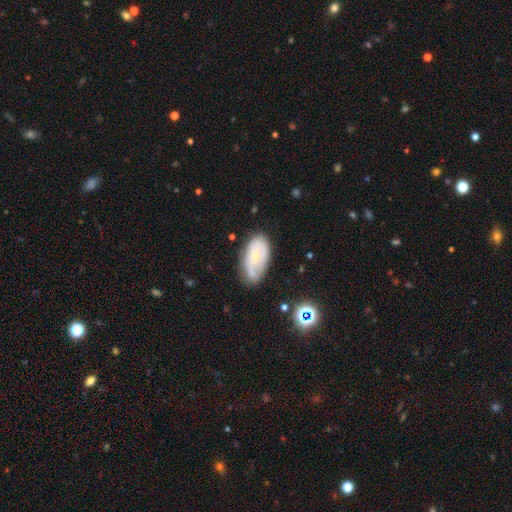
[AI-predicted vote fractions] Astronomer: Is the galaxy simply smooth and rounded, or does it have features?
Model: featured or disk — 48% (runner-up: smooth, 43%).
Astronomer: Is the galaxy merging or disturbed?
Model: none — 60%.